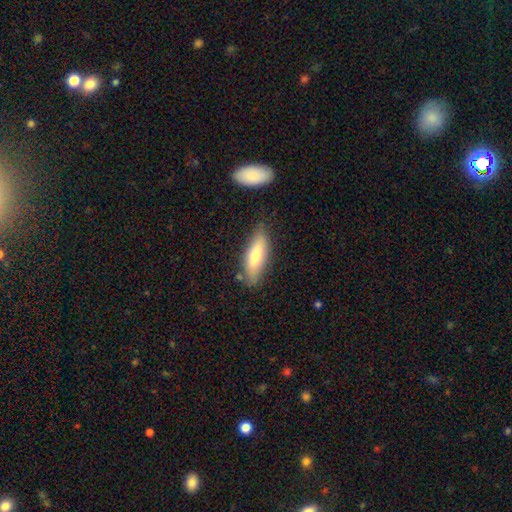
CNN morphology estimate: Smooth or featured?
  - smooth: 69% *
  - featured or disk: 25%
  - star or artifact: 6%
How rounded?
  - in between: 49% * (tied)
  - cigar-shaped: 49% * (tied)
  - round: 2%
Merging?
  - none: 77% *
  - minor disturbance: 15%
  - merger: 4%
  - major disturbance: 3%